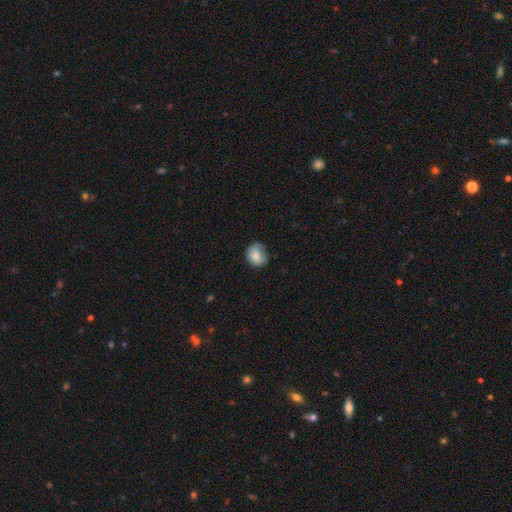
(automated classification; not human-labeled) Morphology: type=smooth (82%); roundness=round (74%); merging=none (67%).